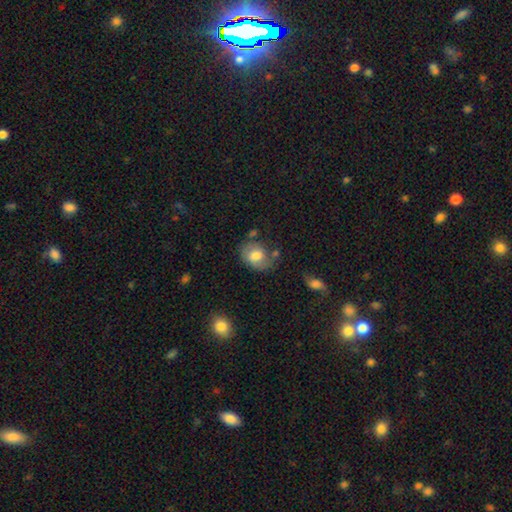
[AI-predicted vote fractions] Smooth or featured? Predicted: smooth (p=0.69). How rounded? Predicted: in between (p=0.64). Merging? Predicted: none (p=0.57).